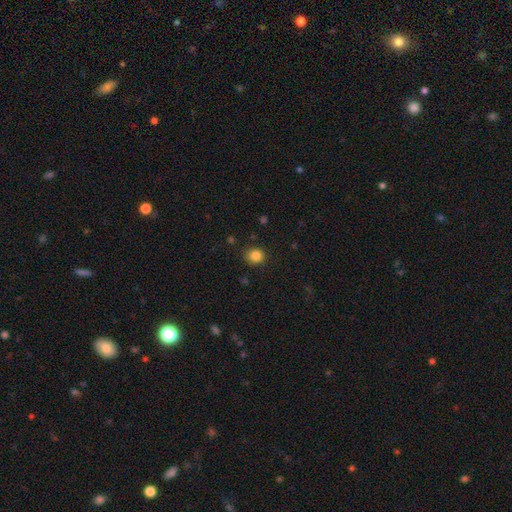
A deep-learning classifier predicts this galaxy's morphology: smooth_or_featured: smooth (p=0.84) [alt: star or artifact p=0.11]
how_rounded: round (p=0.82) [alt: in between p=0.17]
merging: none (p=0.87) [alt: minor disturbance p=0.09]